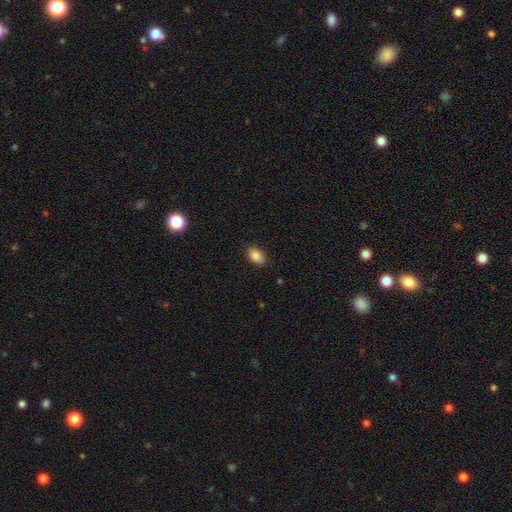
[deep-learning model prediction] This appears to be a smooth galaxy with no disk features (87%) that is in between round and cigar-shaped (91%). Merging: none (86%).